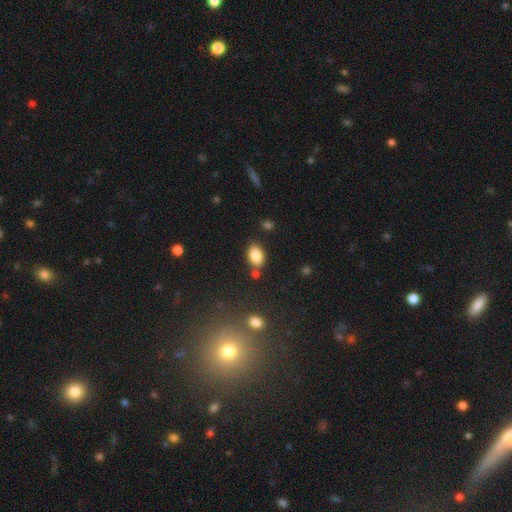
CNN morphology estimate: This is clearly a smooth galaxy (86%). How rounded: clearly in between (86%). Merging: likely none (75%).